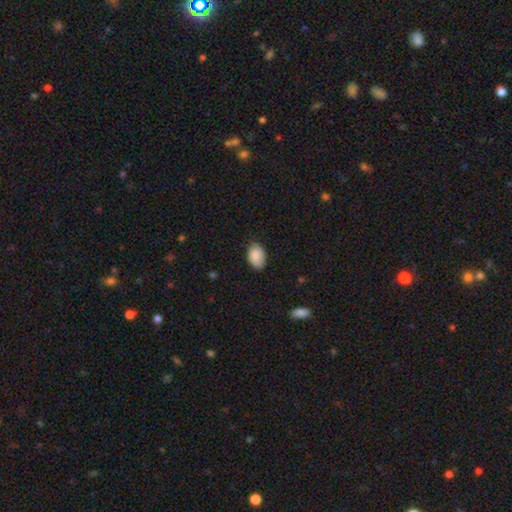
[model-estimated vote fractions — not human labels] smooth_or_featured: smooth (p=0.89) [alt: star or artifact p=0.07]
how_rounded: in between (p=0.88) [alt: round p=0.11]
merging: none (p=0.75) [alt: minor disturbance p=0.21]